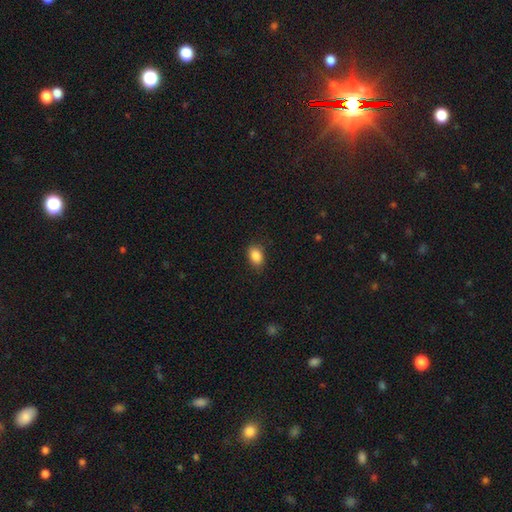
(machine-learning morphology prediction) smooth 87%, star or artifact 8%, featured or disk 4%. Down the decision tree: how rounded — in between (84%); merging — none (83%).